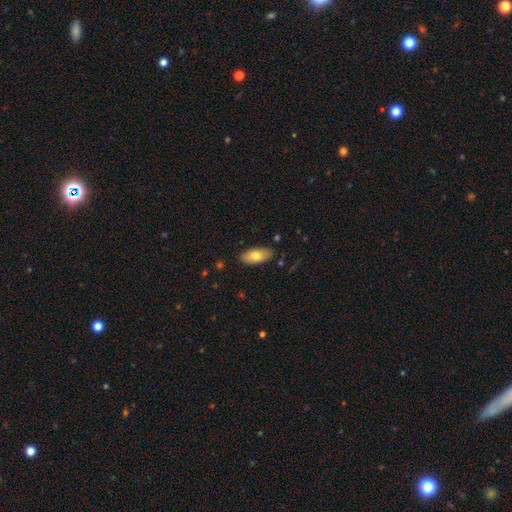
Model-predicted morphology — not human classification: smooth 75%, featured or disk 19%, star or artifact 6%. Down the decision tree: how rounded — in between (91%); merging — none (86%).